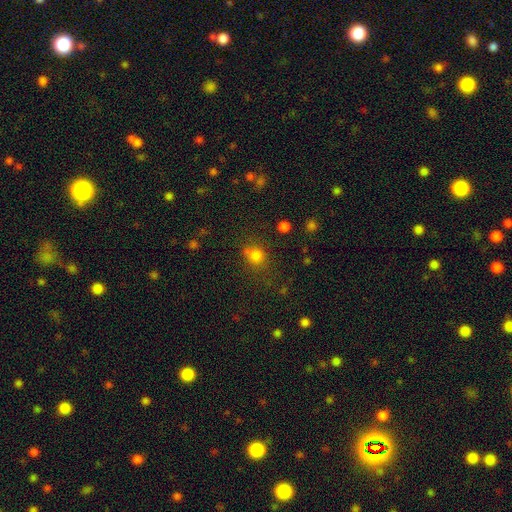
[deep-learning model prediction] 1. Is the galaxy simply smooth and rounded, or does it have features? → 78% smooth, 15% star or artifact, 7% featured or disk.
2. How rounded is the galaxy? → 76% round, 23% in between, 1% cigar-shaped.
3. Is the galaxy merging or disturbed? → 65% none, 16% minor disturbance, 11% merger, 7% major disturbance.